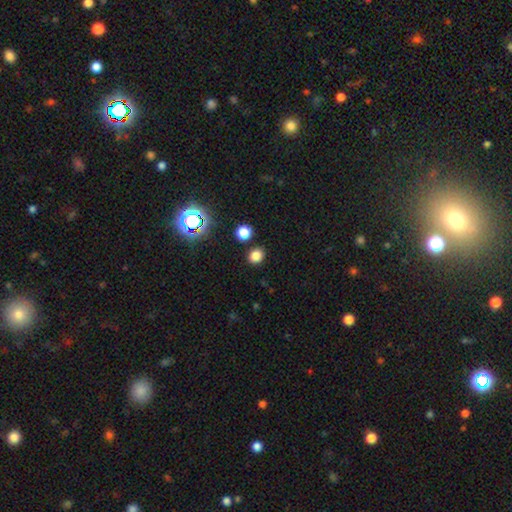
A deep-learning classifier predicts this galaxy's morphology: This appears to be a smooth galaxy with no disk features (79%) that is round (73%). Merging: none (86%).